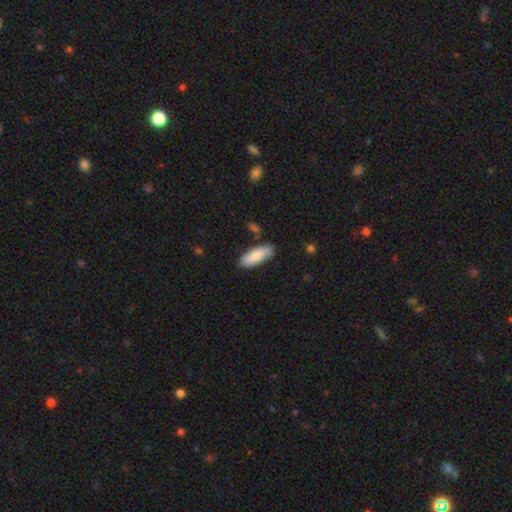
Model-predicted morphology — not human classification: type=smooth (84%); roundness=in between (64%); merging=none (81%).